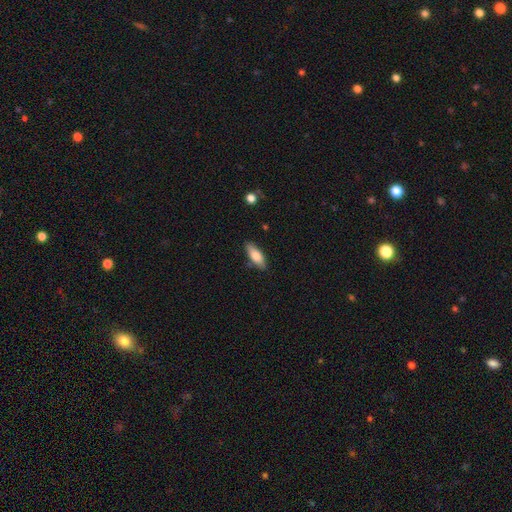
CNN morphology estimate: The model was most divided on "how rounded": in between: 72%, cigar-shaped: 26%, round: 2%. More confident: merging — none (82%); smooth or featured — smooth (79%).